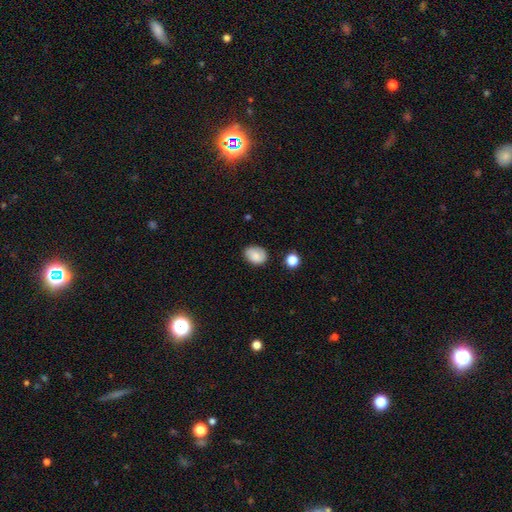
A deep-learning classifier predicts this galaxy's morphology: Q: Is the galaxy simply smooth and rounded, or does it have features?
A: smooth — 69%.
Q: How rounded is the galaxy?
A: in between — 62%.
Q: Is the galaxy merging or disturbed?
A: none — 73%.